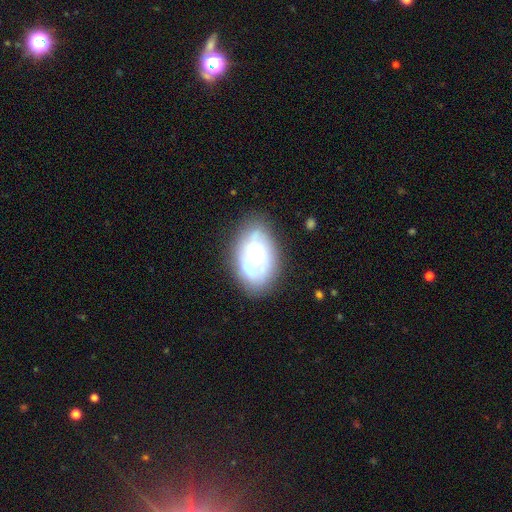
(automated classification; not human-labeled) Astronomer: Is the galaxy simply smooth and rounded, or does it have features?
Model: featured or disk — 54% (runner-up: smooth, 38%).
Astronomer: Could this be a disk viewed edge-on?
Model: no — 96%.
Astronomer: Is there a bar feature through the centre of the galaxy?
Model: no — 80%.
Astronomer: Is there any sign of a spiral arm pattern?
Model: no — 64%.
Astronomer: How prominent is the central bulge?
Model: moderate — 34% (runner-up: small, 33%).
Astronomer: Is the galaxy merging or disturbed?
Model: none — 53%.